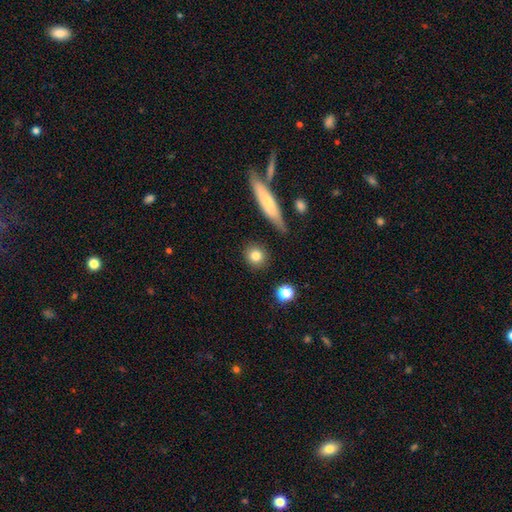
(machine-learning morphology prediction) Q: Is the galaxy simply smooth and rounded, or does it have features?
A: smooth — 81%.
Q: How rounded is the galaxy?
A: round — 86%.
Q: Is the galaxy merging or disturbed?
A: none — 87%.